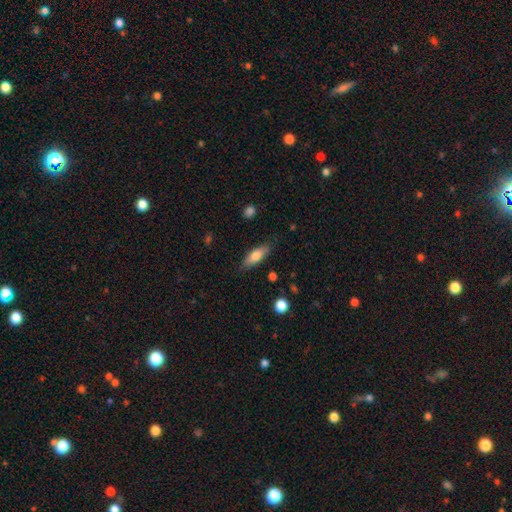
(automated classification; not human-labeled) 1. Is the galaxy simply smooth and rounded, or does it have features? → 74% smooth, 20% featured or disk, 7% star or artifact.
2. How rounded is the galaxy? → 58% in between, 40% cigar-shaped, 2% round.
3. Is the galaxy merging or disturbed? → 83% none, 12% minor disturbance, 3% major disturbance, 1% merger.